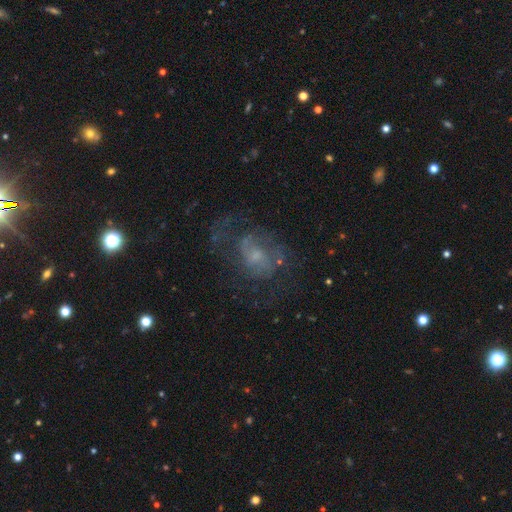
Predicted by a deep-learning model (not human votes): A featured or disk galaxy (66%) with no bar (62%), spiral arms (75%) and a small central bulge (58%).

Vote fractions:
- Smooth or featured? featured or disk: 66% / smooth: 21% / star or artifact: 13%
- Edge-on disk? no: 97% / yes: 3%
- Bar? no: 62% / weak: 33% / strong: 5%
- Spiral arms? yes: 75% / no: 25%
- Bulge size? small: 58% / moderate: 25% / none: 13% / large: 3% / dominant: 1%
- Merging? none: 52% / major disturbance: 27% / minor disturbance: 18% / merger: 3%